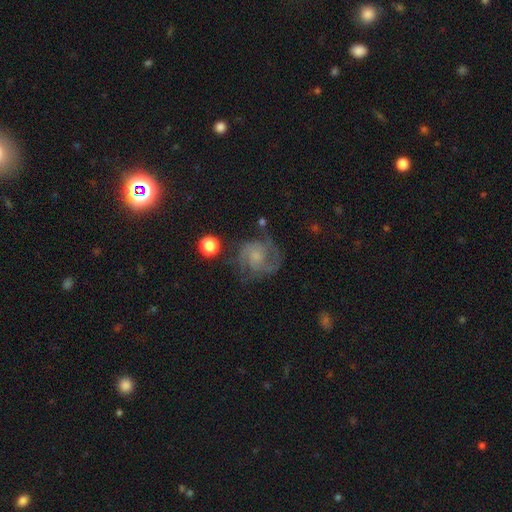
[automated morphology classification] Smooth or featured: featured or disk — 72% (smooth — 19%)
Edge-on disk: no — 98% (yes — 2%)
Bar: no — 73% (weak — 24%)
Spiral arms: yes — 91% (no — 9%)
Spiral winding: medium — 46% (tight — 38%)
Spiral arm count: 2 — 47% (3 — 20%)
Bulge size: small — 45% (moderate — 26%)
Merging: none — 59% (minor disturbance — 21%)